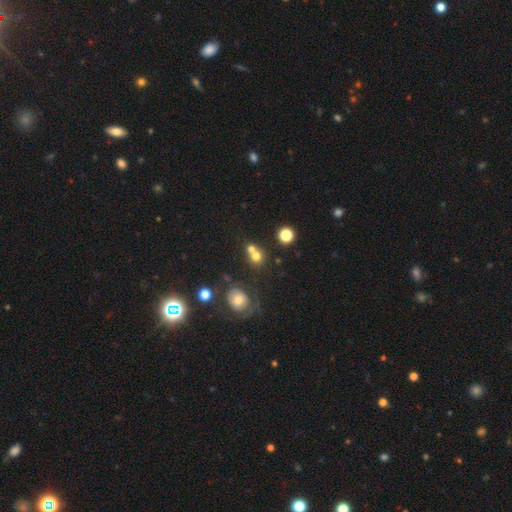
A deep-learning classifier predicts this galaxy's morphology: smooth 70%, star or artifact 16%, featured or disk 14%. Down the decision tree: how rounded — round (80%); merging — merger (44%, tied with none).